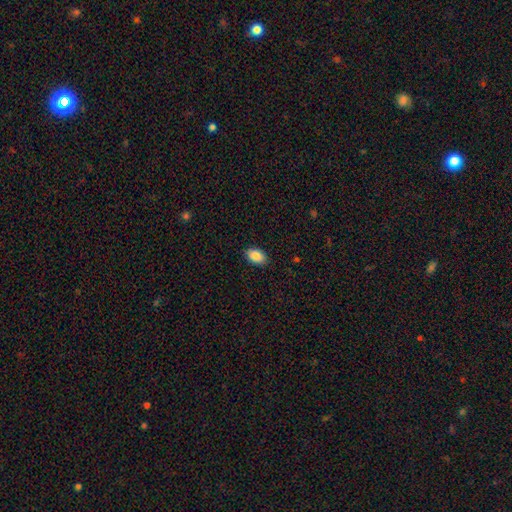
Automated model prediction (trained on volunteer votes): This appears to be a smooth galaxy with no disk features (88%) that is in between round and cigar-shaped (90%). Merging: none (88%).